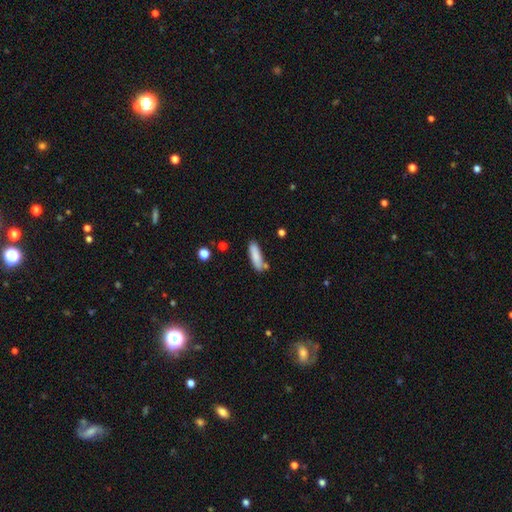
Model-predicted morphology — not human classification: Smooth or featured? smooth (84%)
How rounded? cigar-shaped (57%)
Merging? none (74%)